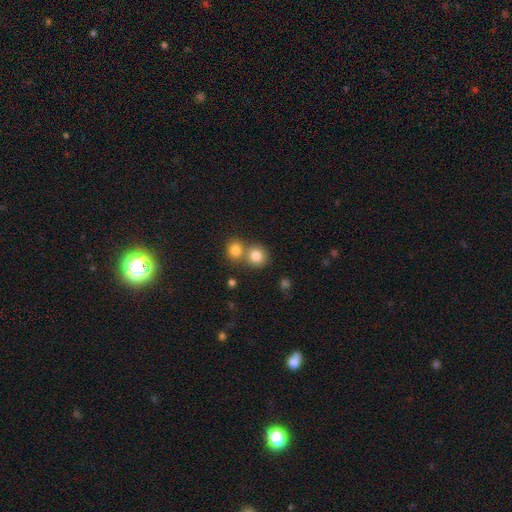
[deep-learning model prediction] Morphology: type=smooth (82%); roundness=round (84%); merging=none (48%).